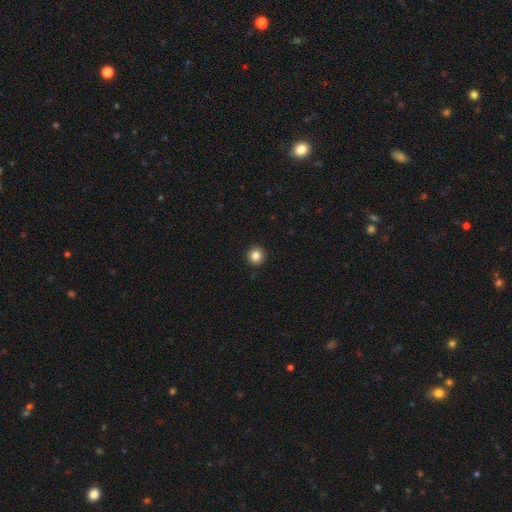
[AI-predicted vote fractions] smooth-or-featured: smooth: 84% | star or artifact: 11% | featured or disk: 5%
  how-rounded: round: 96% | in between: 3% | cigar-shaped: 1%
  merging: none: 94% | minor disturbance: 4% | major disturbance: 1% | merger: 1%